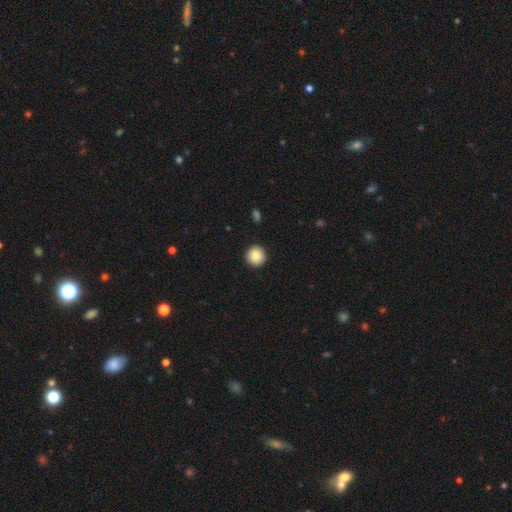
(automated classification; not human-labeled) This is clearly a smooth galaxy (87%). How rounded: clearly round (95%). Merging: clearly none (92%).